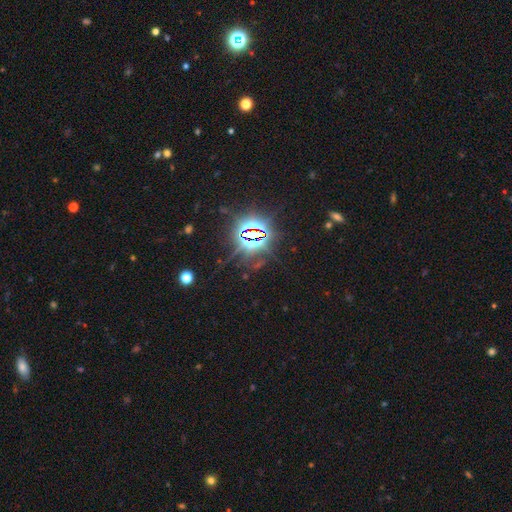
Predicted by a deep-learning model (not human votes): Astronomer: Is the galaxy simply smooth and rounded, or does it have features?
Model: star or artifact — 84%.